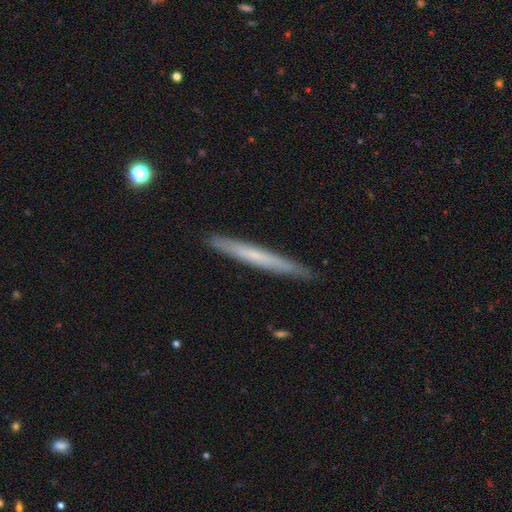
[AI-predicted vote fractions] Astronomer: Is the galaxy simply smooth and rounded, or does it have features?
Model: smooth — 51% (runner-up: featured or disk, 43%).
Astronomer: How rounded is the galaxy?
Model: cigar-shaped — 97%.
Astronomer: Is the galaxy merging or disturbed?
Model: none — 90%.